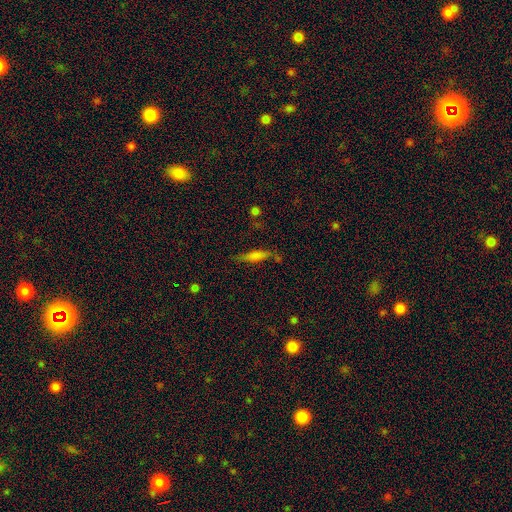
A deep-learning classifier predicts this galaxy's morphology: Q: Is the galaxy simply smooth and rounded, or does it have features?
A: smooth — 67%.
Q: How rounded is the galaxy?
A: cigar-shaped — 68%.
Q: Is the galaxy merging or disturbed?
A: none — 64%.